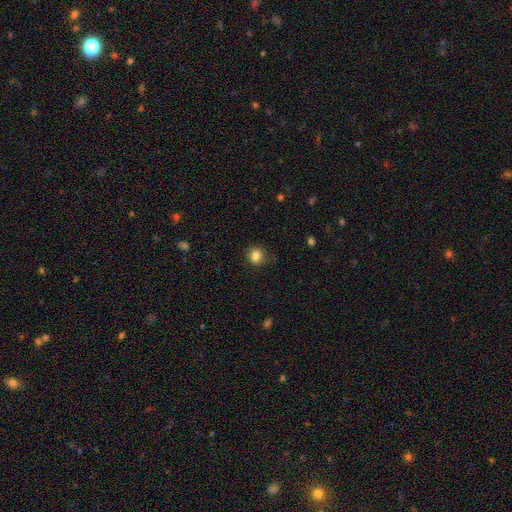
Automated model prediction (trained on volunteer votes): Smooth or featured? smooth (85%)
How rounded? round (74%)
Merging? none (81%)